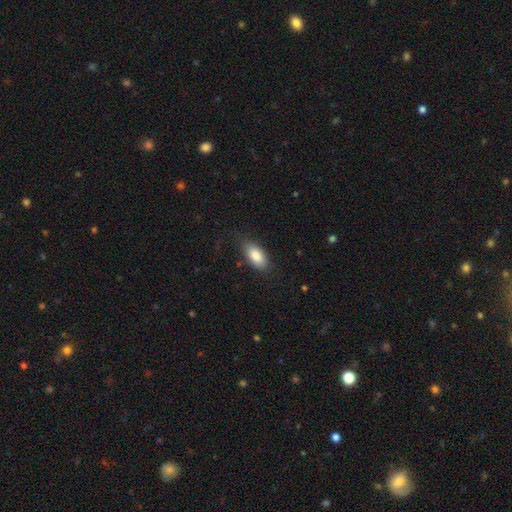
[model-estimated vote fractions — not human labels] smooth-or-featured: smooth: 85% | featured or disk: 8% | star or artifact: 7%
  how-rounded: in between: 91% | cigar-shaped: 6% | round: 3%
  merging: none: 77% | minor disturbance: 17% | major disturbance: 5% | merger: 1%